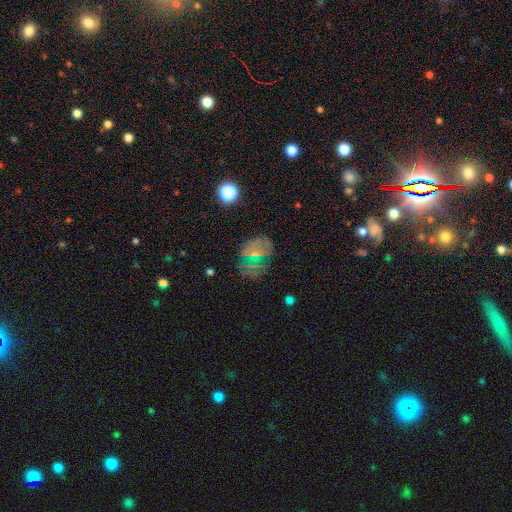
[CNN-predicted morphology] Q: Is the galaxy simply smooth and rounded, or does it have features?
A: featured or disk — 42%.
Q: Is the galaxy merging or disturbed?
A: none — 67%.